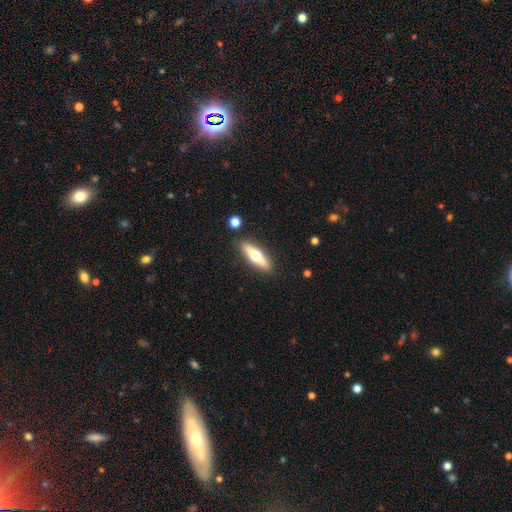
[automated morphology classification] Overall: smooth (49%; featured or disk 45%). Merging: none (87%).